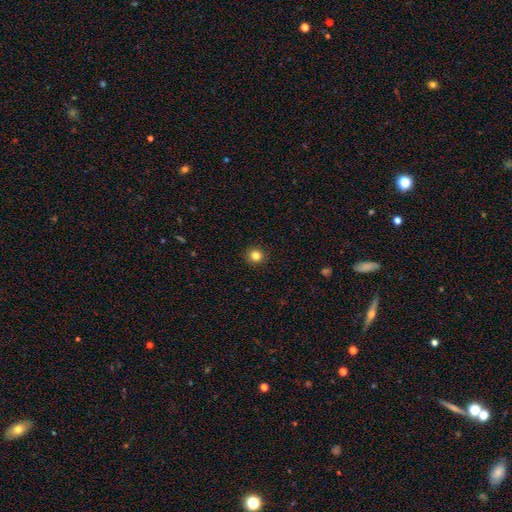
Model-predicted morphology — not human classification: Q: Smooth or featured?
A: smooth (83%); runner-up: star or artifact (12%)
Q: How rounded?
A: round (92%); runner-up: in between (7%)
Q: Merging?
A: none (92%); runner-up: minor disturbance (5%)